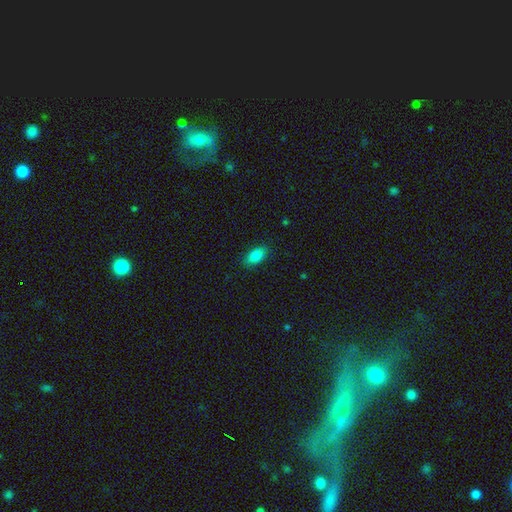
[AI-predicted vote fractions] A smooth galaxy with no disk features (87%) that is in between round and cigar-shaped (90%).

Vote fractions:
- Smooth or featured? smooth: 87% / star or artifact: 8% / featured or disk: 5%
- How rounded? in between: 90% / cigar-shaped: 7% / round: 3%
- Merging? none: 87% / minor disturbance: 9% / major disturbance: 2% / merger: 1%